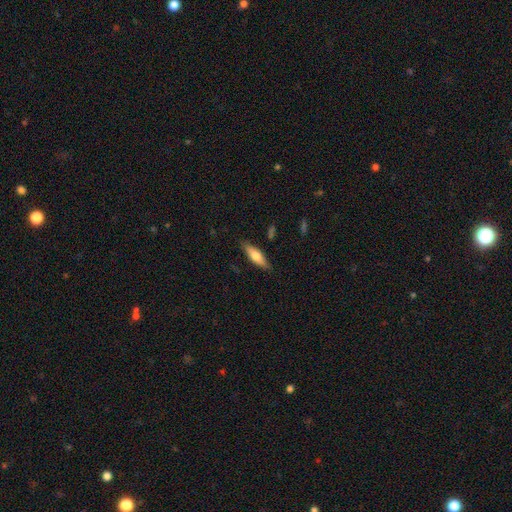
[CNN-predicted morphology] Overall: smooth (64%; featured or disk 30%). How rounded: cigar-shaped (50%; in between 48%). Merging: none (84%).